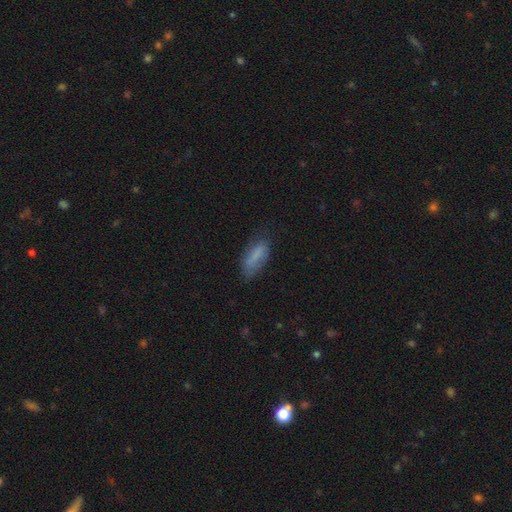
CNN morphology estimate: Smooth or featured? Predicted: smooth (p=0.74). How rounded? Predicted: in between (p=0.72). Merging? Predicted: none (p=0.61).